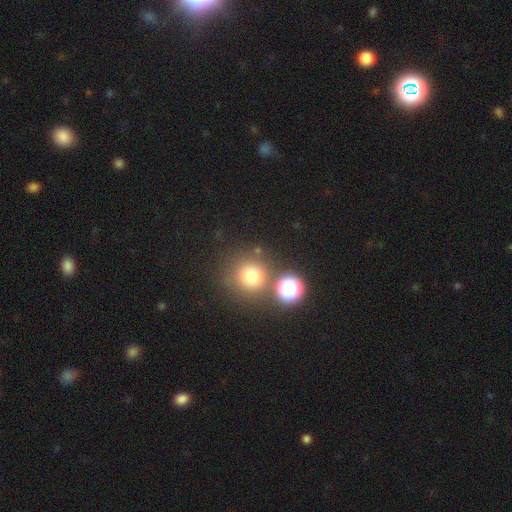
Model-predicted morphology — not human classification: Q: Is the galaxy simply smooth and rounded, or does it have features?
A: smooth — 63%.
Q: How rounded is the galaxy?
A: round — 91%.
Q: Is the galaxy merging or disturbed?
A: none — 73%.